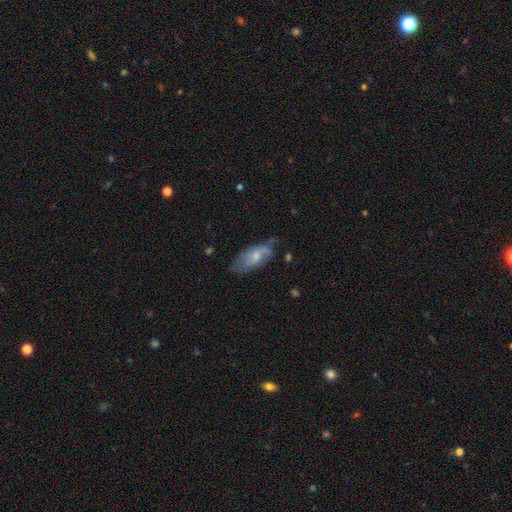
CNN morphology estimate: smooth_or_featured: smooth (p=0.51) [alt: featured or disk p=0.42]
how_rounded: in between (p=0.81) [alt: cigar-shaped p=0.16]
merging: none (p=0.51) [alt: minor disturbance p=0.33]